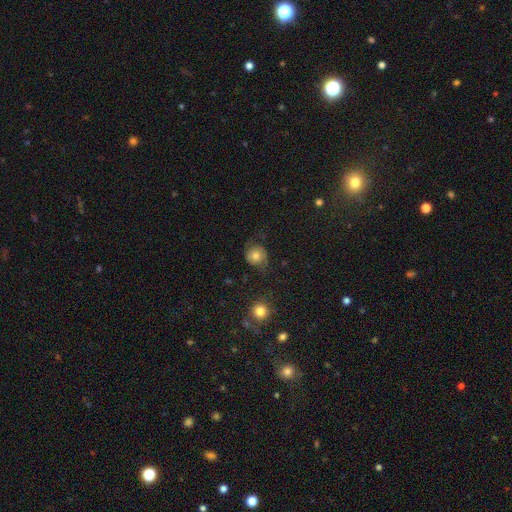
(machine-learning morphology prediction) A smooth galaxy with no disk features (67%) that is round (87%). Merging: none (64%).